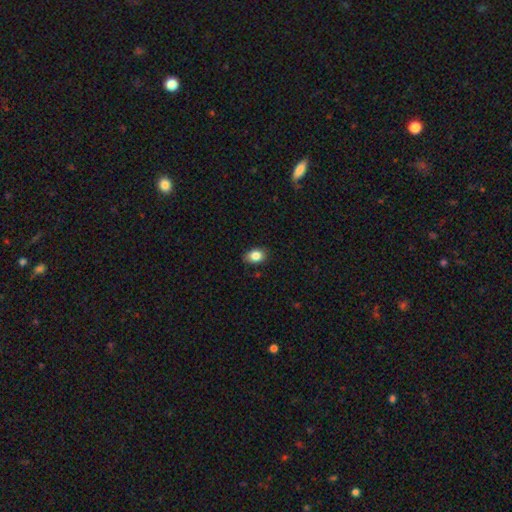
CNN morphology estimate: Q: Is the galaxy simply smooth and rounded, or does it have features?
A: smooth — 84%.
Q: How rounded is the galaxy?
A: in between — 72%.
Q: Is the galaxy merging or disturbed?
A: none — 85%.